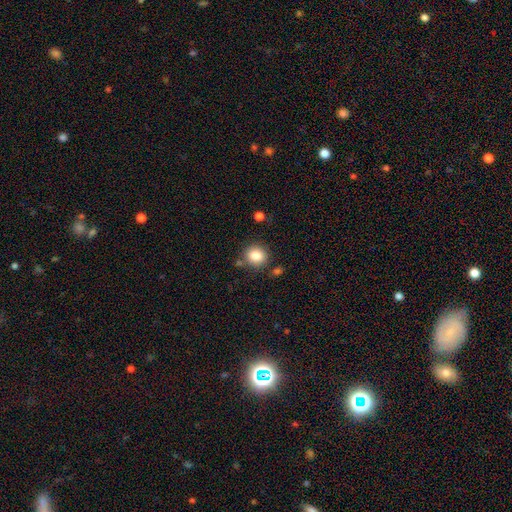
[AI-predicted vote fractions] Smooth or featured? Predicted: smooth (p=0.86). How rounded? Predicted: round (p=0.80). Merging? Predicted: none (p=0.79).